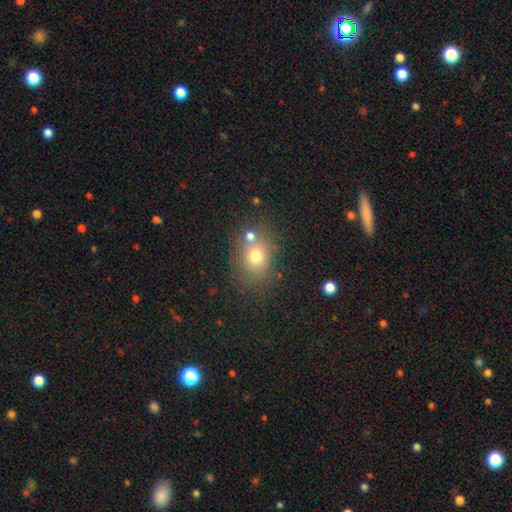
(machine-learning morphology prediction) This appears to be a smooth galaxy with no disk features (71%) that is in between round and cigar-shaped (53%). Merging: none (62%).